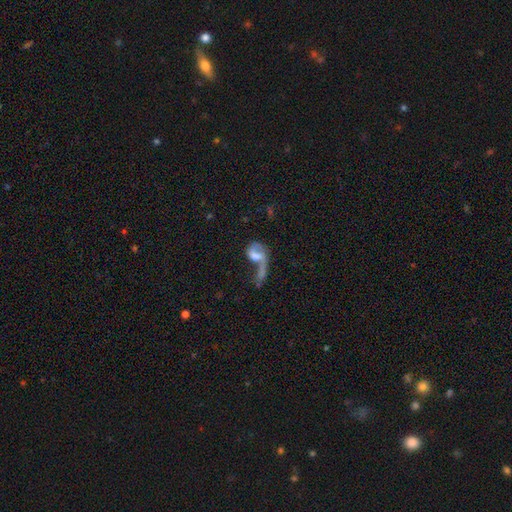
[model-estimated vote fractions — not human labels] Smooth or featured? Predicted: featured or disk (p=0.54). Edge-on disk? Predicted: no (p=0.95). Bar? Predicted: no (p=0.59). Spiral arms? Predicted: yes (p=0.57). Bulge size? Predicted: none (p=0.31). Merging? Predicted: major disturbance (p=0.45).